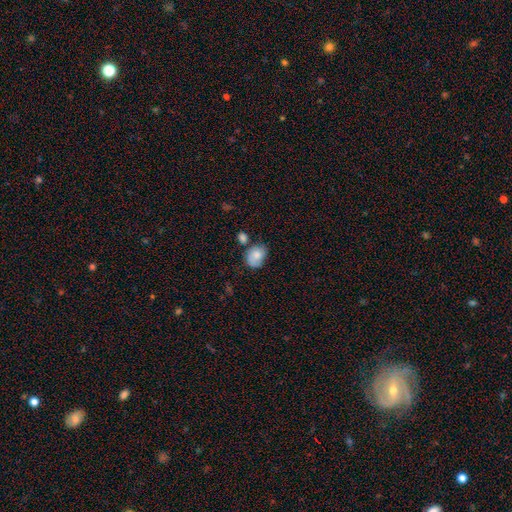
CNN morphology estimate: Smooth or featured? smooth (73%)
How rounded? in between (63%)
Merging? none (46%)